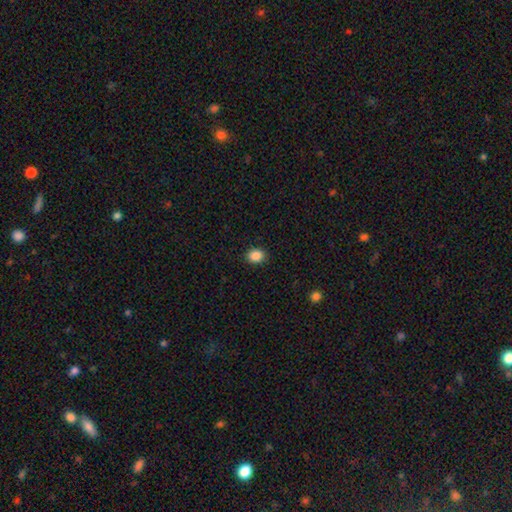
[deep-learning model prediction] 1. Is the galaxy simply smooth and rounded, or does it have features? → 88% smooth, 9% star or artifact, 3% featured or disk.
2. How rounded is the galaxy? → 52% in between, 47% round, 1% cigar-shaped.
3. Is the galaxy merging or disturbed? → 90% none, 7% minor disturbance, 2% major disturbance, 1% merger.